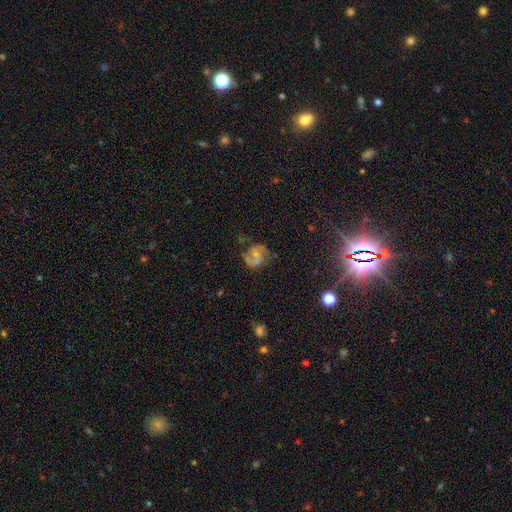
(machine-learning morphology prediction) featured or disk 73%, smooth 18%, star or artifact 8%. Down the decision tree: edge-on disk — no (98%); bar — no (52%); spiral arms — yes (91%); spiral arm count — 2 (88%); spiral winding — medium (53%); bulge size — small (52%); merging — none (64%).